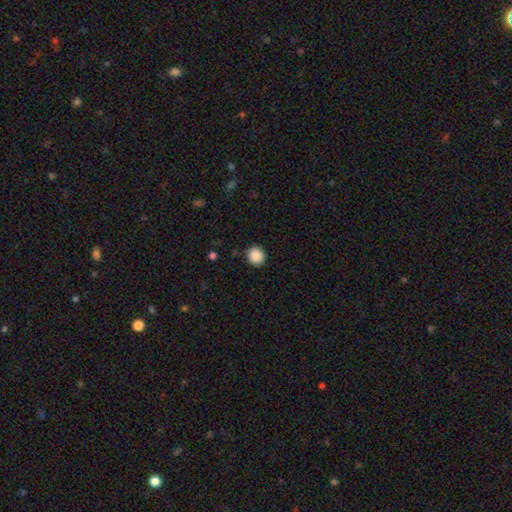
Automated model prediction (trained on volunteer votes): smooth_or_featured: smooth (p=0.89) [alt: star or artifact p=0.09]
how_rounded: round (p=0.90) [alt: in between p=0.09]
merging: none (p=0.90) [alt: minor disturbance p=0.06]